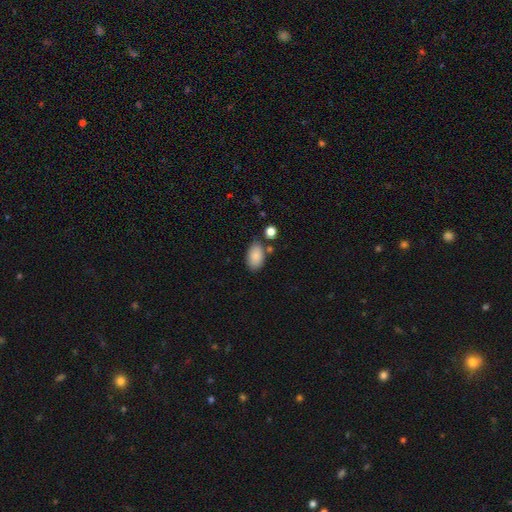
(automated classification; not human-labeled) Q: Smooth or featured?
A: smooth (88%); runner-up: star or artifact (7%)
Q: How rounded?
A: in between (92%); runner-up: round (6%)
Q: Merging?
A: none (73%); runner-up: minor disturbance (15%)